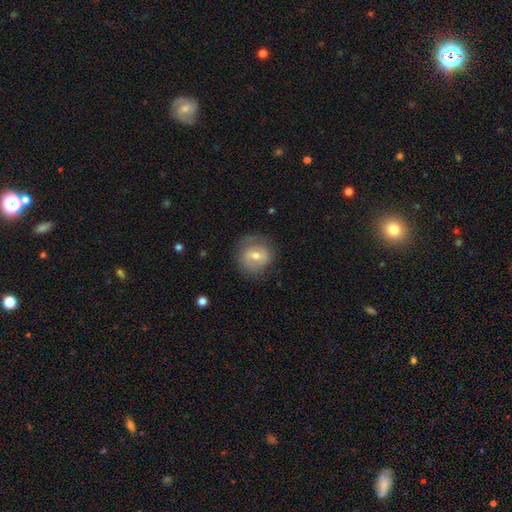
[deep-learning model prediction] Overall: featured or disk (49%; smooth 44%). Merging: none (71%).